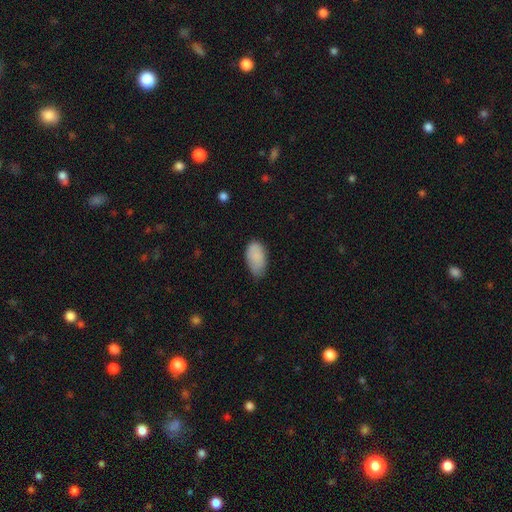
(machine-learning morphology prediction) Smooth or featured: smooth — 88% (star or artifact — 6%)
How rounded: in between — 95% (round — 3%)
Merging: none — 57% (minor disturbance — 35%)